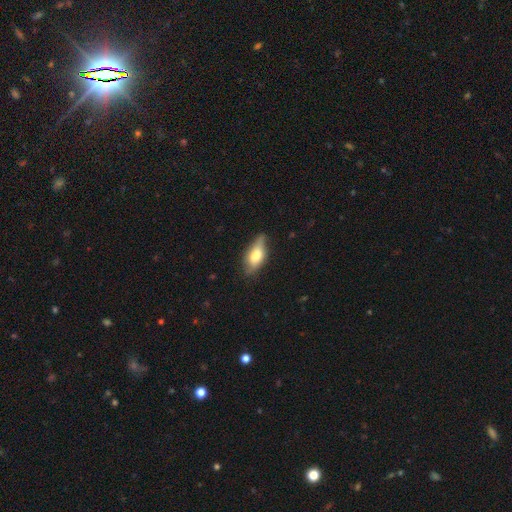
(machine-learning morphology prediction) A smooth galaxy with no disk features (62%) that is in between round and cigar-shaped (77%).

Vote fractions:
- Smooth or featured? smooth: 62% / featured or disk: 32% / star or artifact: 6%
- How rounded? in between: 77% / cigar-shaped: 20% / round: 4%
- Merging? none: 74% / minor disturbance: 21% / major disturbance: 4% / merger: 1%